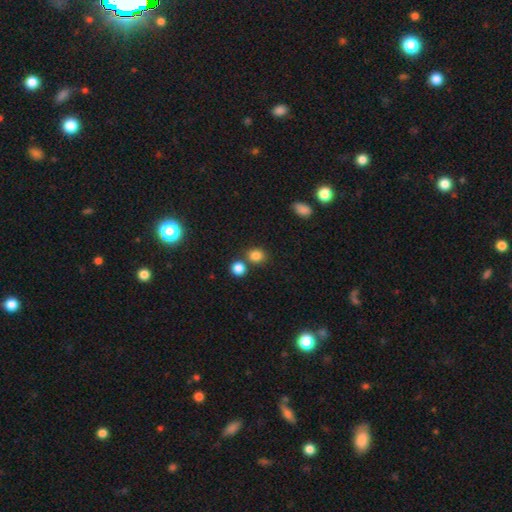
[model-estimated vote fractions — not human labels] This is clearly a smooth galaxy (82%). How rounded: likely round (71%). Merging: likely none (68%).